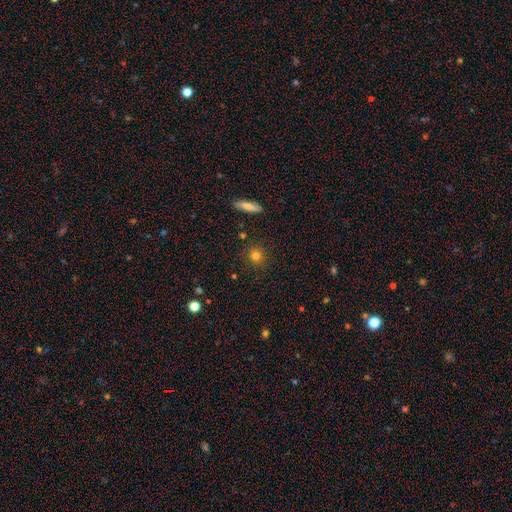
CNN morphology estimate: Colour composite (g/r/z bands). It shows a smooth galaxy with no disk features (80%) that is round (89%). Merging: none (88%).